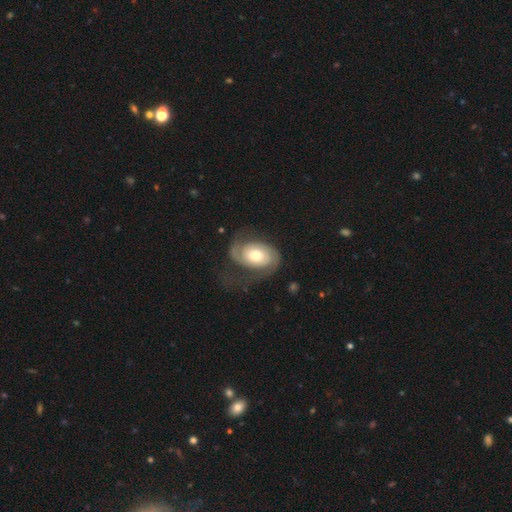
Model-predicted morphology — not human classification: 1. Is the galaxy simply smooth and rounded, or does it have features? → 80% featured or disk, 15% smooth, 5% star or artifact.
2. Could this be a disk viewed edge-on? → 97% no, 3% yes.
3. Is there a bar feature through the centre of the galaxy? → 71% no, 22% weak, 7% strong.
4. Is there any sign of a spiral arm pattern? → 94% yes, 6% no.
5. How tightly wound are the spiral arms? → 44% tight, 36% medium, 20% loose.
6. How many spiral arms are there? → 75% 2, 12% 1, 8% can't tell, 2% 3, 1% 4, 1% more than 4.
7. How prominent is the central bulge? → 64% moderate, 21% small, 12% large, 2% dominant, 1% none.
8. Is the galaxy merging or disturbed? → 56% none, 23% major disturbance, 19% minor disturbance, 2% merger.